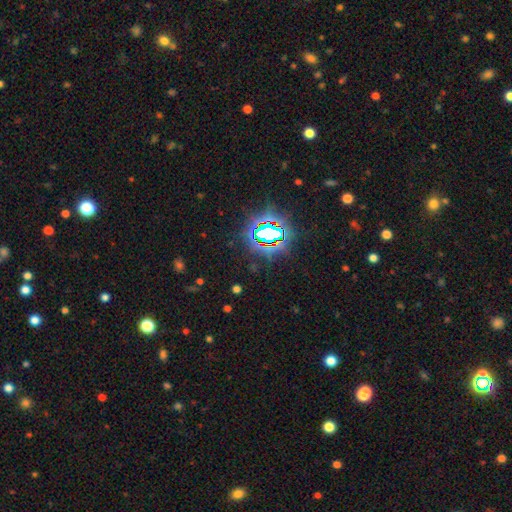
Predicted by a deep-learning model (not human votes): Smooth or featured?
  - star or artifact: 83% *
  - smooth: 10%
  - featured or disk: 7%